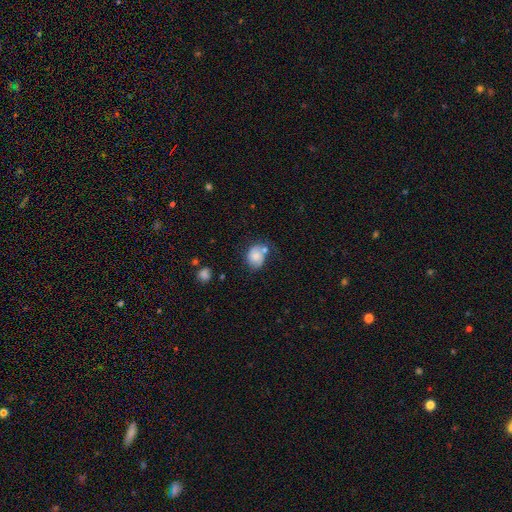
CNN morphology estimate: A smooth galaxy with no disk features (67%) that is round (53%).

Vote fractions:
- Smooth or featured? smooth: 67% / featured or disk: 25% / star or artifact: 9%
- How rounded? round: 53% / in between: 46% / cigar-shaped: 1%
- Merging? none: 46% / minor disturbance: 26% / merger: 18% / major disturbance: 10%